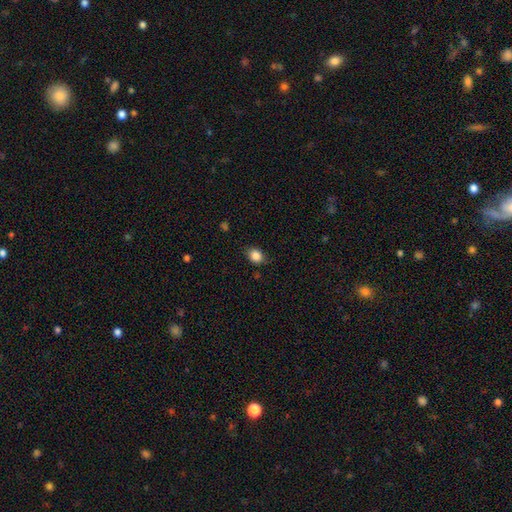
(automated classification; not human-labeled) A smooth galaxy with no disk features (85%) that is in between round and cigar-shaped (51%).

Vote fractions:
- Smooth or featured? smooth: 85% / star or artifact: 10% / featured or disk: 5%
- How rounded? in between: 51% / round: 48% / cigar-shaped: 1%
- Merging? none: 81% / minor disturbance: 15% / major disturbance: 3% / merger: 1%